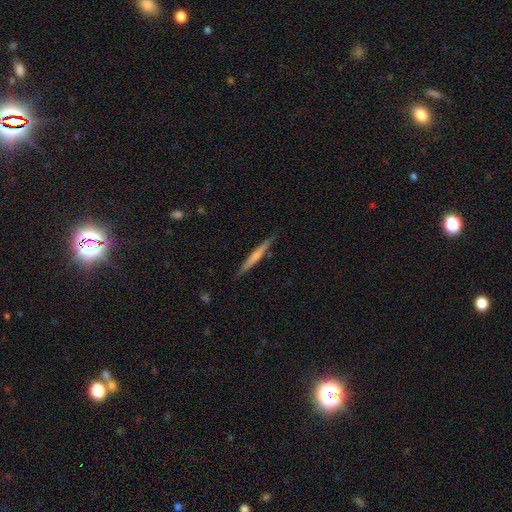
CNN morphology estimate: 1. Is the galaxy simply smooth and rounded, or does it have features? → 55% smooth, 39% featured or disk, 6% star or artifact.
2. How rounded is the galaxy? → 96% cigar-shaped, 3% in between, 1% round.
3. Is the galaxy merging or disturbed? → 86% none, 10% minor disturbance, 2% major disturbance, 2% merger.